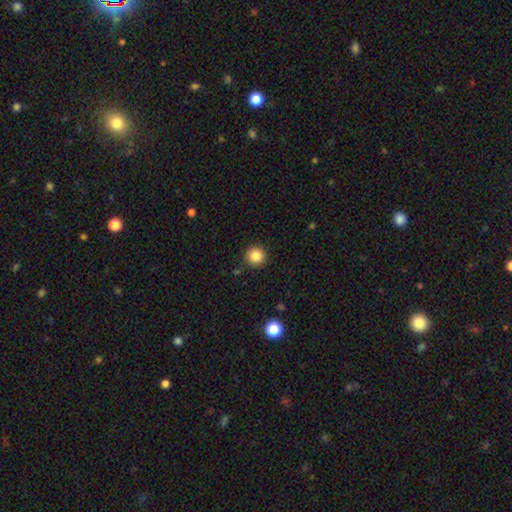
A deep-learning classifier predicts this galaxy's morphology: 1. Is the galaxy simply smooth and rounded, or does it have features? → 85% smooth, 10% star or artifact, 4% featured or disk.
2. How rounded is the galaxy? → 95% round, 4% in between, 1% cigar-shaped.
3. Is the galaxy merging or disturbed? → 91% none, 6% minor disturbance, 2% major disturbance, 1% merger.